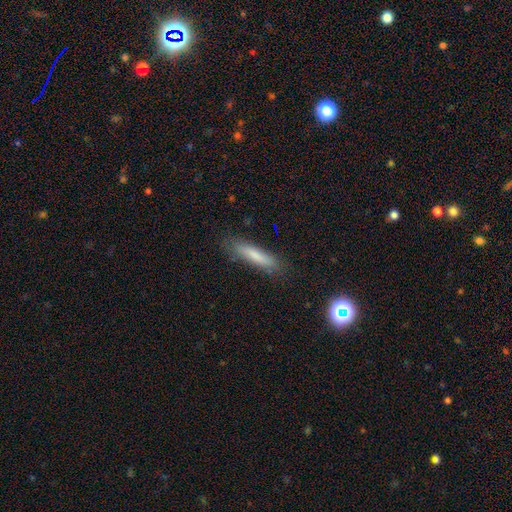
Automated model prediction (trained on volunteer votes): smooth 76%, featured or disk 17%, star or artifact 8%. Down the decision tree: how rounded — cigar-shaped (85%); merging — none (84%).